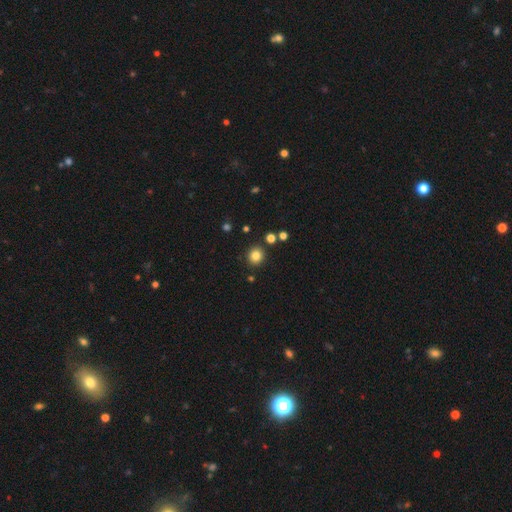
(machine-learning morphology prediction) Smooth or featured?
  - smooth: 82% *
  - star or artifact: 13%
  - featured or disk: 6%
How rounded?
  - round: 88% *
  - in between: 11%
  - cigar-shaped: 1%
Merging?
  - none: 88% *
  - minor disturbance: 6%
  - merger: 3%
  - major disturbance: 2%